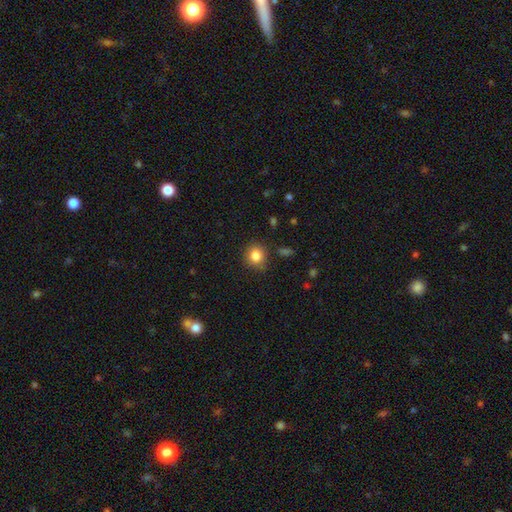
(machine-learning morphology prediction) Smooth or featured?
  - smooth: 84% *
  - star or artifact: 10%
  - featured or disk: 6%
How rounded?
  - round: 87% *
  - in between: 12%
  - cigar-shaped: 1%
Merging?
  - none: 85% *
  - minor disturbance: 10%
  - major disturbance: 3%
  - merger: 2%